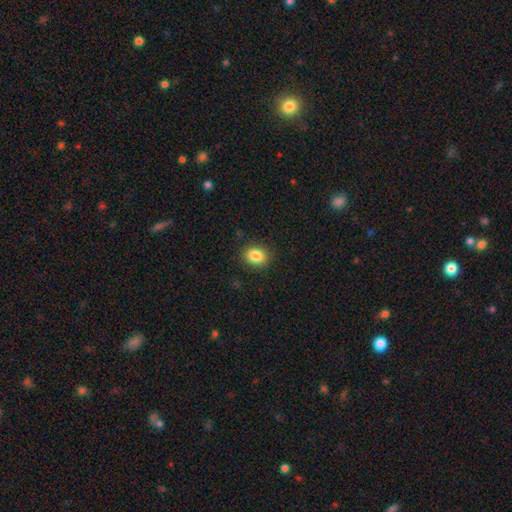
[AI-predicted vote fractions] This appears to be a smooth galaxy with no disk features (85%) that is round (55%). Merging: none (89%).